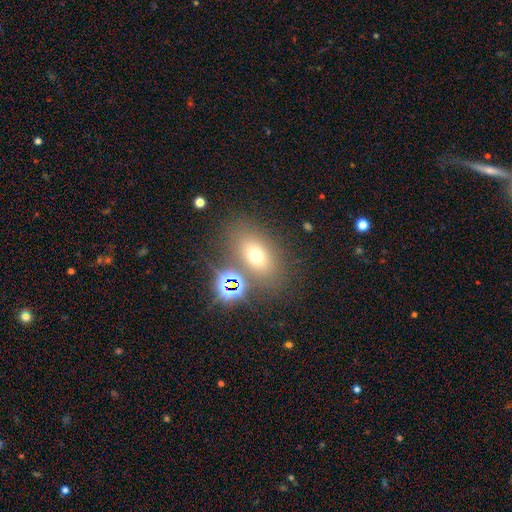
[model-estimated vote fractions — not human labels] This appears to be a smooth galaxy with no disk features (60%) that is in between round and cigar-shaped (72%). Merging: none (74%).